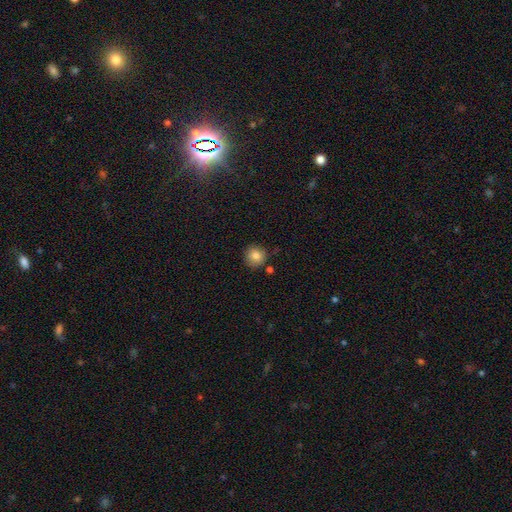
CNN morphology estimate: This is clearly a smooth galaxy (84%). How rounded: clearly round (92%). Merging: clearly none (83%).